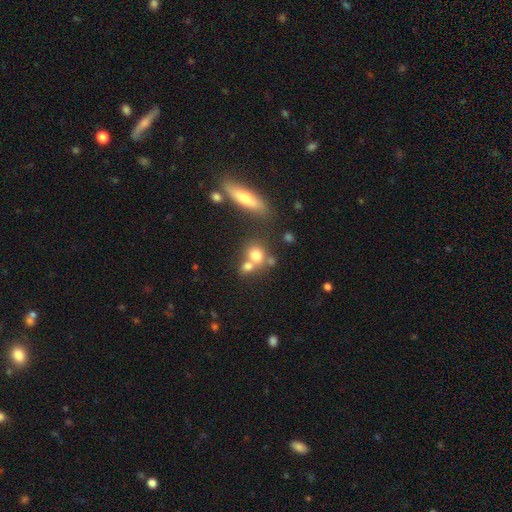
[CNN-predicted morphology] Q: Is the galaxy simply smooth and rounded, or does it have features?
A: smooth — 73%.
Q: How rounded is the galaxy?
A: round — 63%.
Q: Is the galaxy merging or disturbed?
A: merger — 47%.